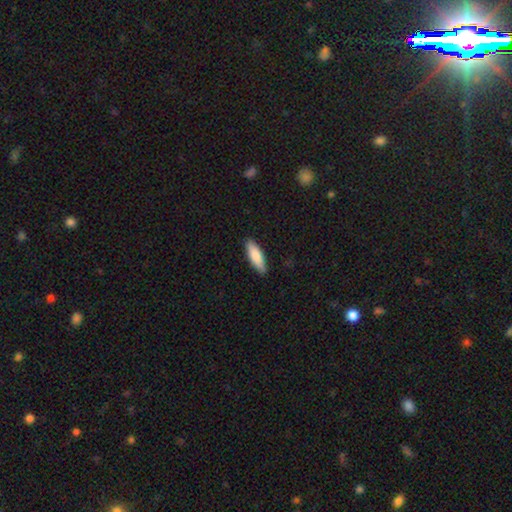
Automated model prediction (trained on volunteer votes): This appears to be a smooth galaxy with no disk features (83%) that is in between round and cigar-shaped (53%). Merging: none (88%).